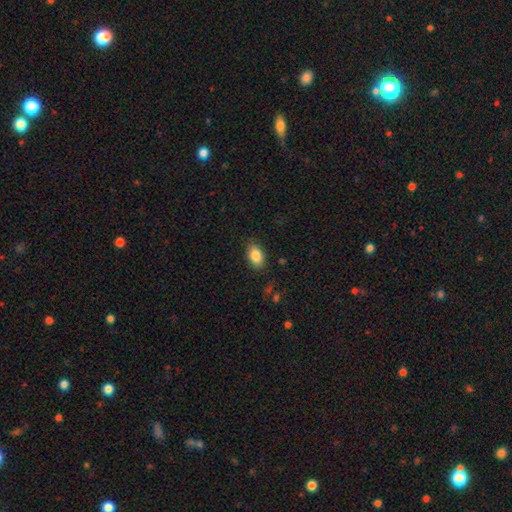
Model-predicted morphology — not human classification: This appears to be a smooth galaxy with no disk features (86%) that is in between round and cigar-shaped (91%). Merging: none (85%).